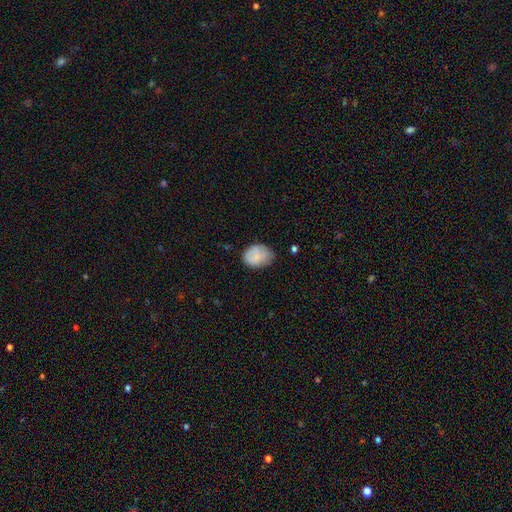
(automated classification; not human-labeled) smooth-or-featured: smooth: 81% | featured or disk: 11% | star or artifact: 8%
  how-rounded: in between: 64% | round: 35% | cigar-shaped: 1%
  merging: none: 56% | minor disturbance: 33% | major disturbance: 8% | merger: 2%